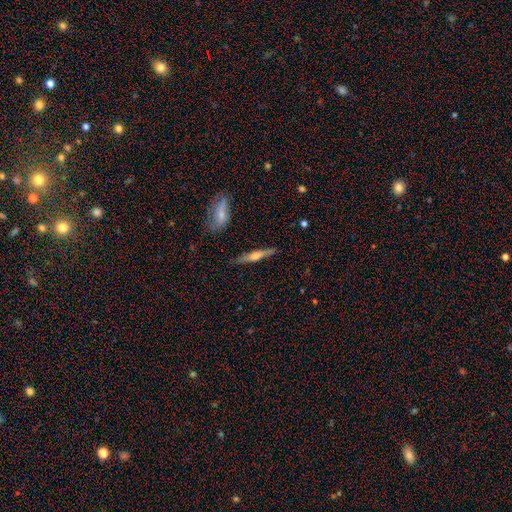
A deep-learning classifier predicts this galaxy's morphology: Smooth or featured? featured or disk (58%)
Edge-on disk? yes (96%)
Edge-on bulge? rounded (79%)
Merging? none (87%)